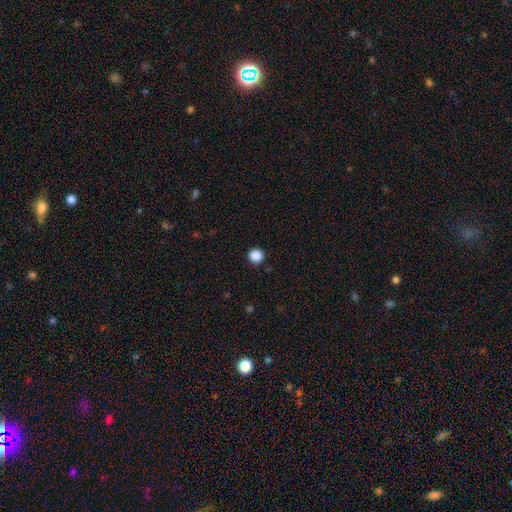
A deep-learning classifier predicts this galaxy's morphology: A smooth galaxy with no disk features (87%) that is round (94%). Merging: none (92%).